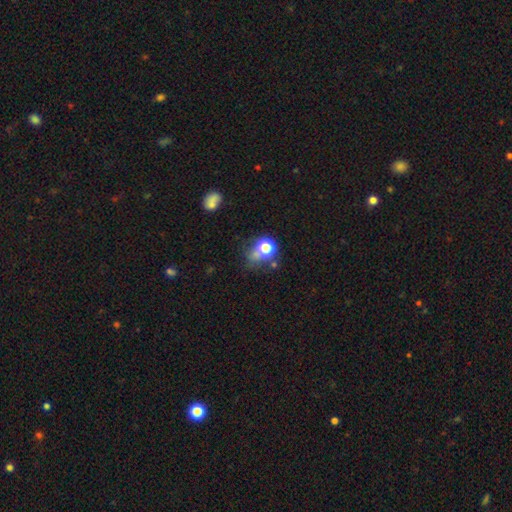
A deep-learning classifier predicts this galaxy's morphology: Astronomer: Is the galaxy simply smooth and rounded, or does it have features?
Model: smooth — 47% (runner-up: star or artifact, 38%).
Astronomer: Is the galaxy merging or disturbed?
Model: none — 50%.